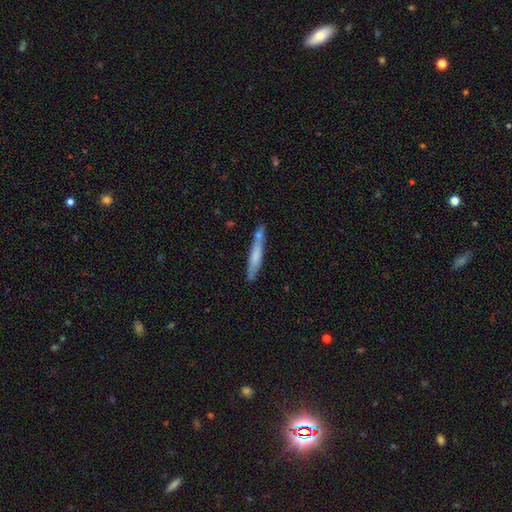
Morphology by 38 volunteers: Smooth or featured? 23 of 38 (61%) said smooth. How rounded? 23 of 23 (100%) said cigar-shaped. Merging? 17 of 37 (46%) said none.